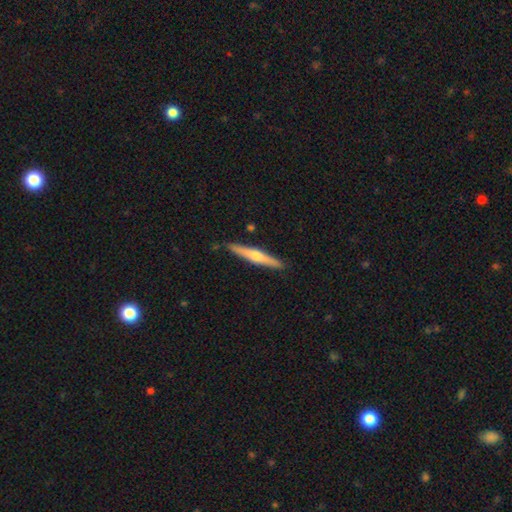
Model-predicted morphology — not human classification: Q: Smooth or featured?
A: featured or disk (54%); runner-up: smooth (40%)
Q: Edge-on disk?
A: yes (97%); runner-up: no (3%)
Q: Edge-on bulge?
A: rounded (83%); runner-up: none (12%)
Q: Merging?
A: none (88%); runner-up: minor disturbance (9%)